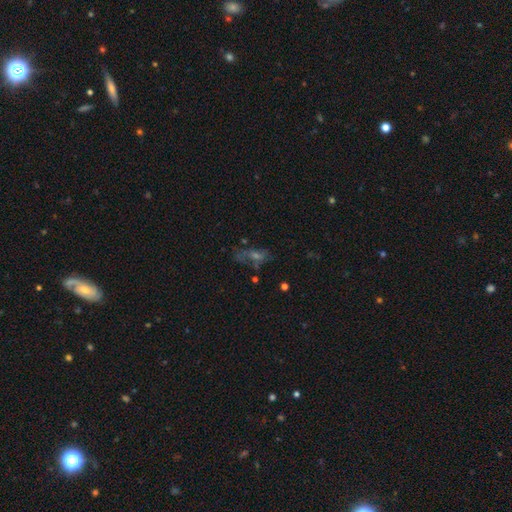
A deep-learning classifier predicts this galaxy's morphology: A featured or disk galaxy (39%). Merging: none (50%).